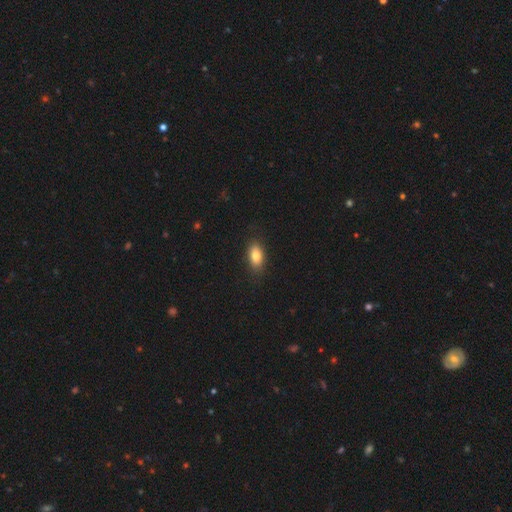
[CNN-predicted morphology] The model was most divided on "smooth or featured": smooth: 81%, featured or disk: 11%, star or artifact: 8%. More confident: how rounded — in between (88%); merging — none (86%).